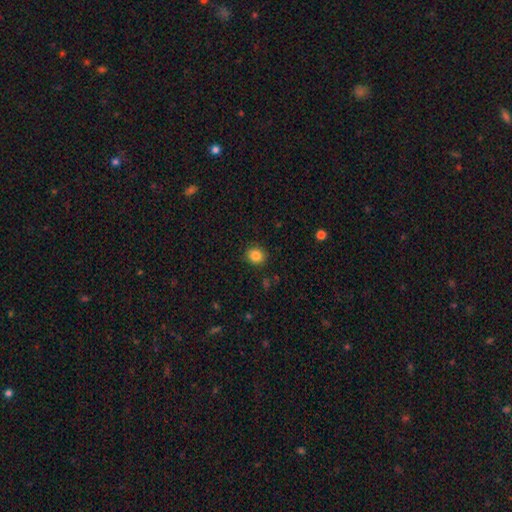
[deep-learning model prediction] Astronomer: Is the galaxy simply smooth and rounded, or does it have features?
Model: smooth — 85%.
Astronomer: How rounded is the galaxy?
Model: round — 80%.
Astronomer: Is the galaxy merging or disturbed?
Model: none — 89%.